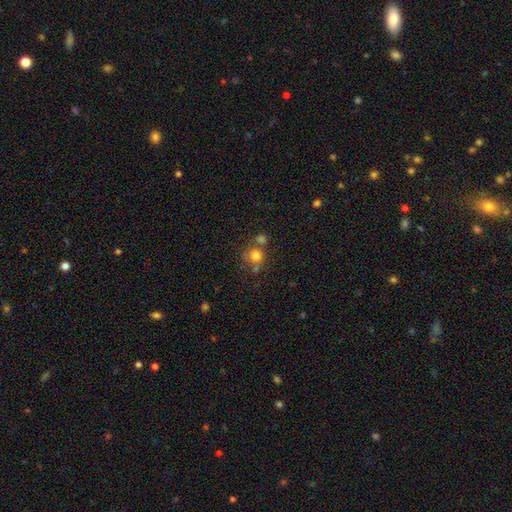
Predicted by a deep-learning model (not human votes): smooth 76%, star or artifact 13%, featured or disk 11%. Down the decision tree: how rounded — round (87%); merging — none (55%).